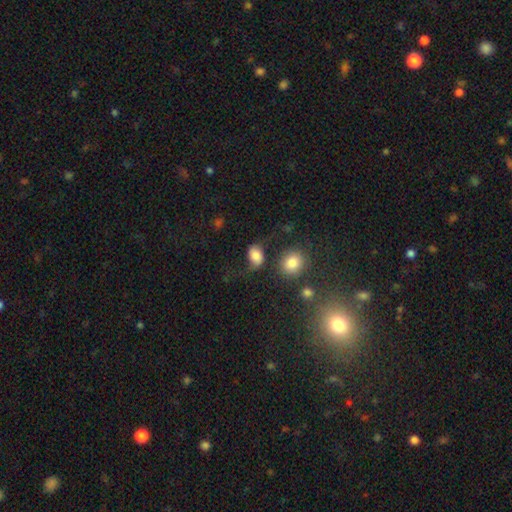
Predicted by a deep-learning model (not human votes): A smooth galaxy with no disk features (70%) that is in between round and cigar-shaped (72%).

Vote fractions:
- Smooth or featured? smooth: 70% / featured or disk: 20% / star or artifact: 10%
- How rounded? in between: 72% / round: 27% / cigar-shaped: 2%
- Merging? none: 48% / minor disturbance: 25% / major disturbance: 19% / merger: 8%